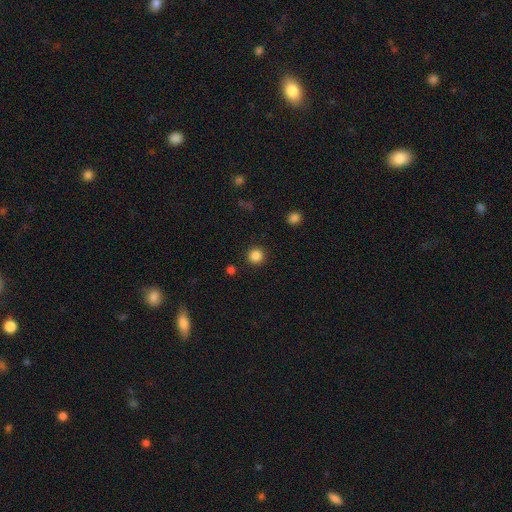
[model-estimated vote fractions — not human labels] smooth 85%, star or artifact 12%, featured or disk 3%. Down the decision tree: how rounded — round (95%); merging — none (91%).